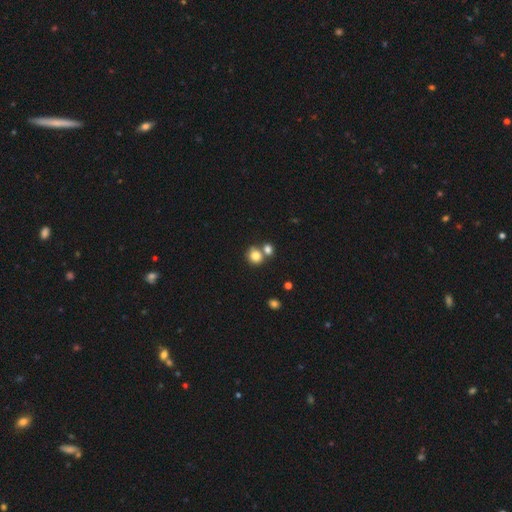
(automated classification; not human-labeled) Q: Smooth or featured?
A: smooth (82%); runner-up: star or artifact (11%)
Q: How rounded?
A: round (80%); runner-up: in between (19%)
Q: Merging?
A: none (51%); runner-up: merger (37%)